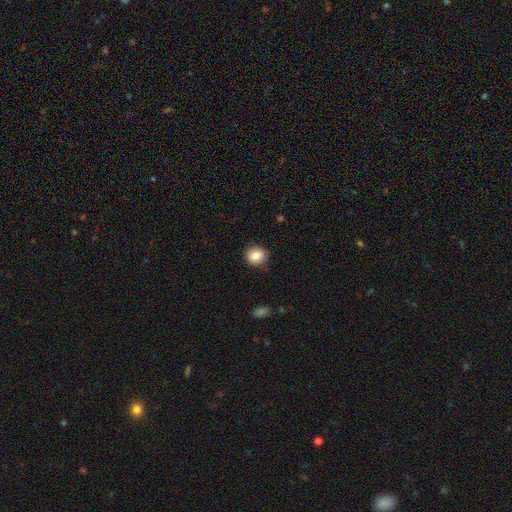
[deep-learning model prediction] Smooth or featured? smooth (85%)
How rounded? round (79%)
Merging? none (87%)